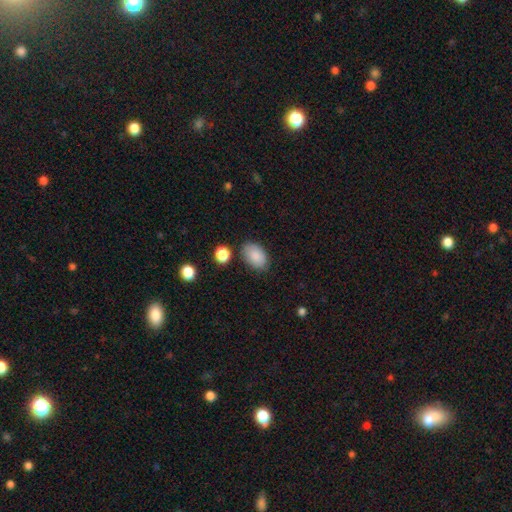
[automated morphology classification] type=smooth (87%); roundness=in between (90%); merging=none (81%).